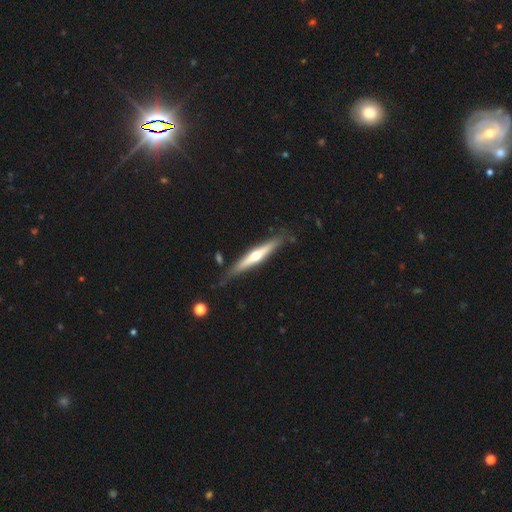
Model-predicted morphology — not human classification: type=featured or disk (65%); edge-on=yes (96%); edge-on bulge=rounded (89%); merging=none (83%).